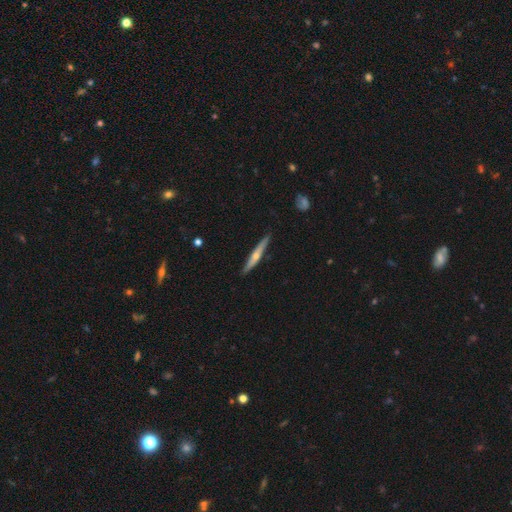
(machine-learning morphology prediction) smooth_or_featured: featured or disk (p=0.67) [alt: smooth p=0.27]
disk_edge_on: yes (p=0.96) [alt: no p=0.04]
edge_on_bulge: rounded (p=0.83) [alt: none p=0.14]
merging: none (p=0.88) [alt: minor disturbance p=0.09]